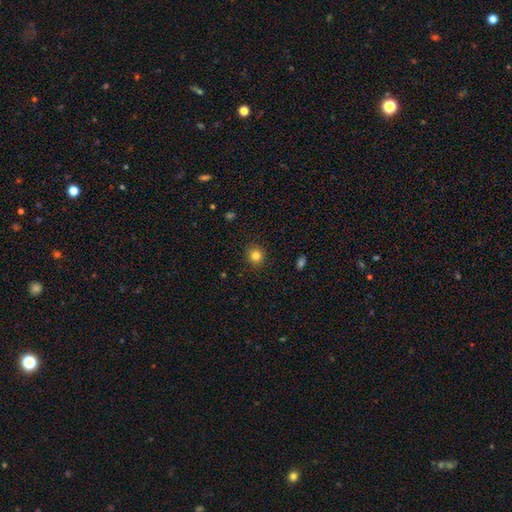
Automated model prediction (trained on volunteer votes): The model was most divided on "smooth or featured": smooth: 82%, star or artifact: 12%, featured or disk: 6%. More confident: merging — none (90%); how rounded — round (89%).